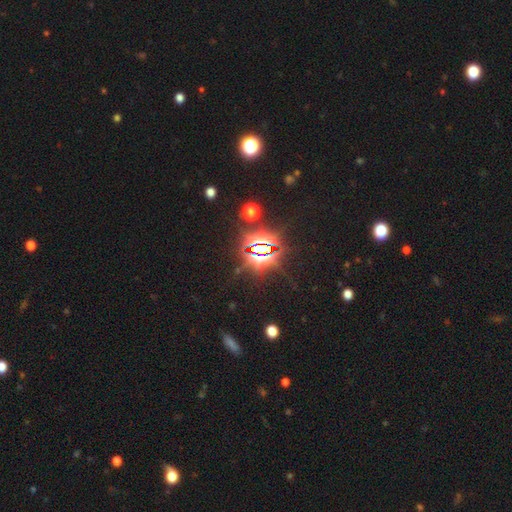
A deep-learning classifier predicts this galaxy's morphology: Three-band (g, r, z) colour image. It shows a star or artifact, not a galaxy (83%).